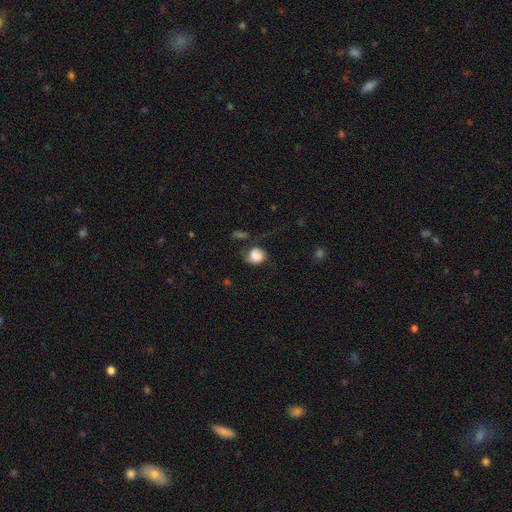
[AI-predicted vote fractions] Overall: smooth (75%). How rounded: round (71%). Merging: none (42%; minor disturbance 28%).